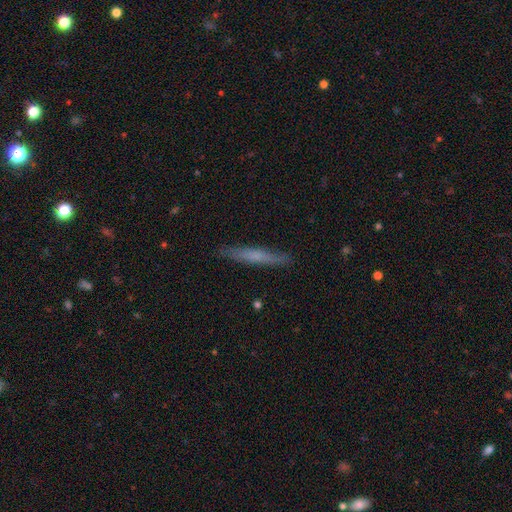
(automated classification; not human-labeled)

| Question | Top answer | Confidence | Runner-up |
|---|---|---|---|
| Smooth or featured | smooth | 53% | featured or disk (40%) |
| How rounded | cigar-shaped | 94% | in between (4%) |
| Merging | none | 88% | minor disturbance (9%) |